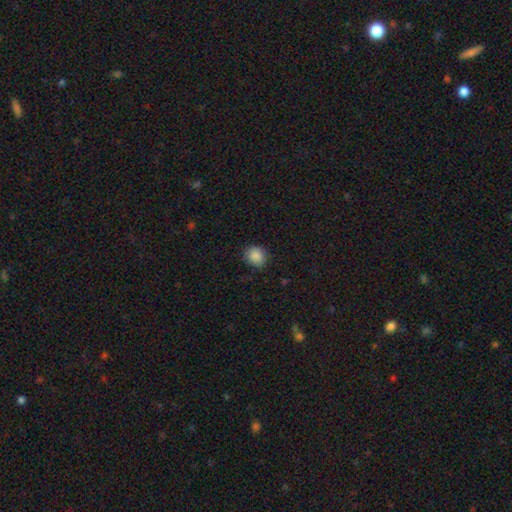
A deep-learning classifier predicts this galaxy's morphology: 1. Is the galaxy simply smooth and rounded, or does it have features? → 87% smooth, 9% star or artifact, 3% featured or disk.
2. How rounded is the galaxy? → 78% round, 21% in between, 1% cigar-shaped.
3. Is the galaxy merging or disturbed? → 85% none, 11% minor disturbance, 3% major disturbance, 1% merger.